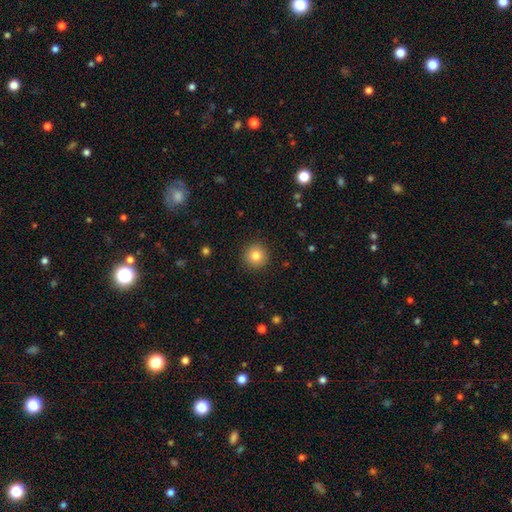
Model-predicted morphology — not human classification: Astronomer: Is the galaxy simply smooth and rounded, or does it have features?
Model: smooth — 82%.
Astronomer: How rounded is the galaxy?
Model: round — 95%.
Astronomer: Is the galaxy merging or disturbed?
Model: none — 92%.